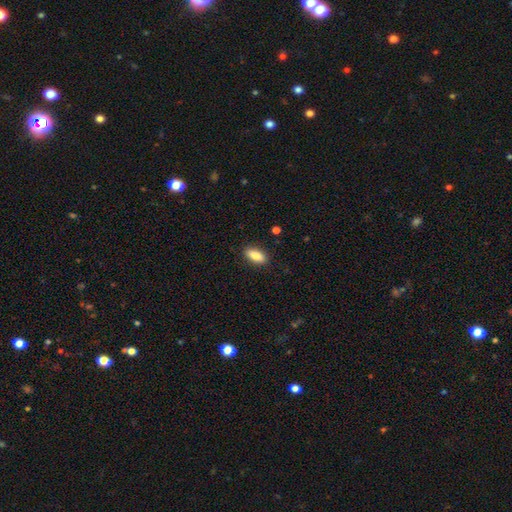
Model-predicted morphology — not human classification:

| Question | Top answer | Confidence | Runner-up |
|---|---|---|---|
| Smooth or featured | smooth | 83% | featured or disk (10%) |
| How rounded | in between | 85% | cigar-shaped (12%) |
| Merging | none | 89% | minor disturbance (8%) |